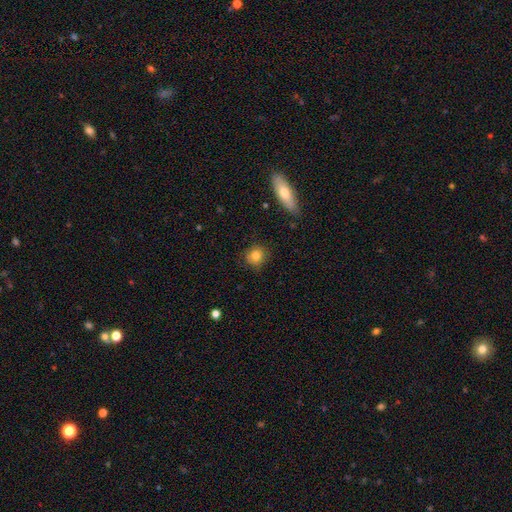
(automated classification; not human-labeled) A smooth galaxy with no disk features (81%) that is round (82%).

Vote fractions:
- Smooth or featured? smooth: 81% / featured or disk: 9% / star or artifact: 9%
- How rounded? round: 82% / in between: 17% / cigar-shaped: 1%
- Merging? none: 83% / minor disturbance: 13% / major disturbance: 3% / merger: 1%